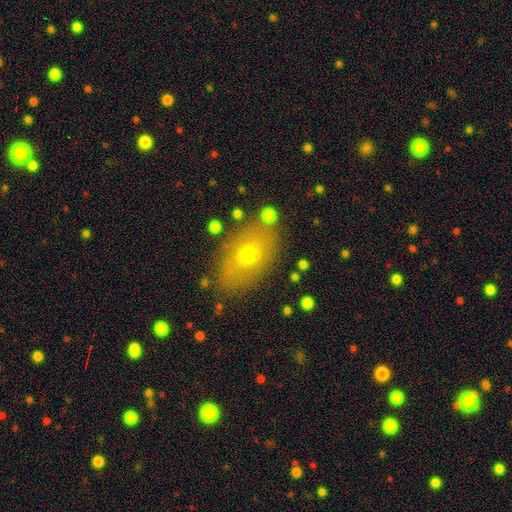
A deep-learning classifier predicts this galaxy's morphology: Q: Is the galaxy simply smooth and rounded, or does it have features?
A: smooth — 59%.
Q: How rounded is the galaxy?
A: in between — 82%.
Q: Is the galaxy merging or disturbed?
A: none — 79%.